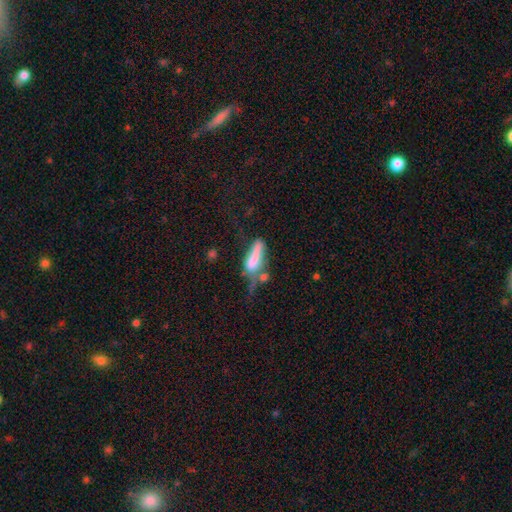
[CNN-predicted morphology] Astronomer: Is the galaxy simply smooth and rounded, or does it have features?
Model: smooth — 65%.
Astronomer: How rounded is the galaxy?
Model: cigar-shaped — 56% (runner-up: in between, 41%).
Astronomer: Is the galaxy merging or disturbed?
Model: major disturbance — 31% (runner-up: minor disturbance, 24%).